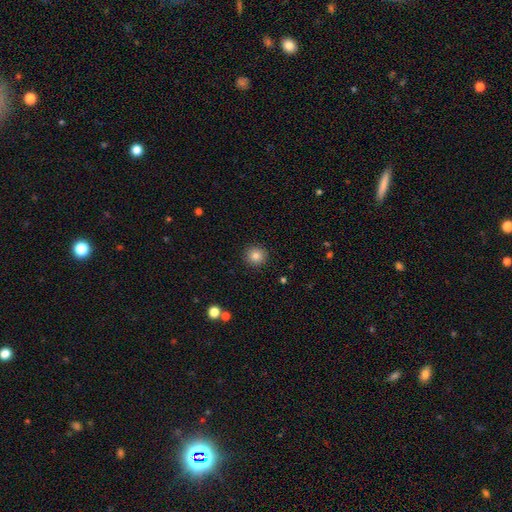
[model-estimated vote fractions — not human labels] Overall: smooth (83%). How rounded: round (92%). Merging: none (92%).